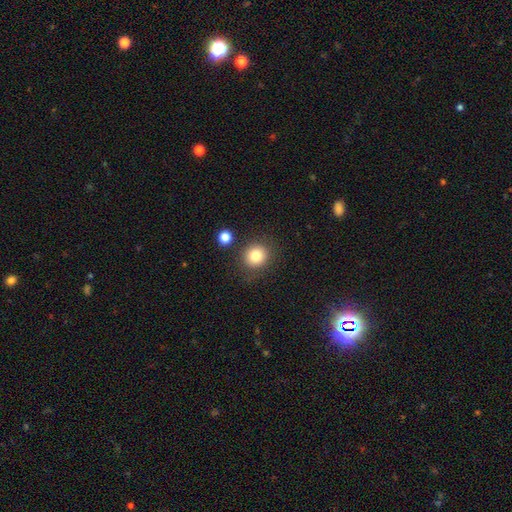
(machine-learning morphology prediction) smooth_or_featured: smooth (p=0.81) [alt: star or artifact p=0.11]
how_rounded: round (p=0.87) [alt: in between p=0.12]
merging: none (p=0.83) [alt: minor disturbance p=0.09]